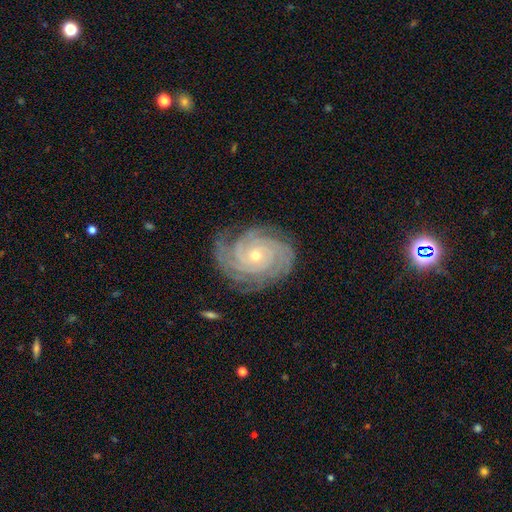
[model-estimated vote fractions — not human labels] smooth_or_featured: featured or disk (p=0.91) [alt: star or artifact p=0.05]
disk_edge_on: no (p=0.97) [alt: yes p=0.03]
bar: no (p=0.76) [alt: weak p=0.17]
has_spiral_arms: yes (p=0.99) [alt: no p=0.01]
spiral_winding: tight (p=0.85) [alt: medium p=0.13]
spiral_arm_count: 4 (p=0.33) [alt: 3 p=0.19]
bulge_size: small (p=0.63) [alt: moderate p=0.35]
merging: none (p=0.80) [alt: minor disturbance p=0.15]